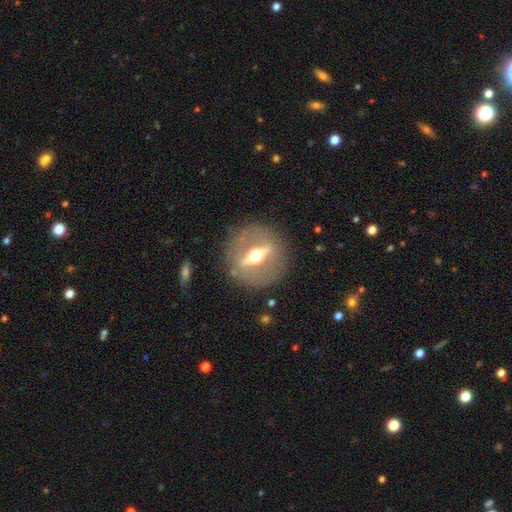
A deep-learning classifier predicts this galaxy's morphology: This appears to be a featured or disk galaxy (81%) viewed edge-on (55%). Merging: none (85%).